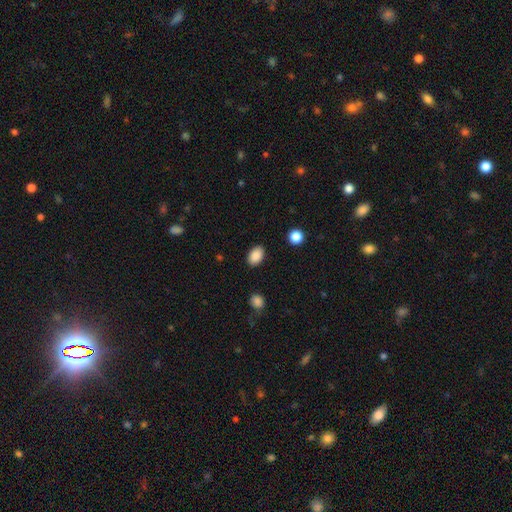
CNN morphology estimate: smooth-or-featured: smooth: 89% | star or artifact: 8% | featured or disk: 3%
  how-rounded: in between: 86% | round: 13% | cigar-shaped: 1%
  merging: none: 88% | minor disturbance: 9% | major disturbance: 2% | merger: 1%